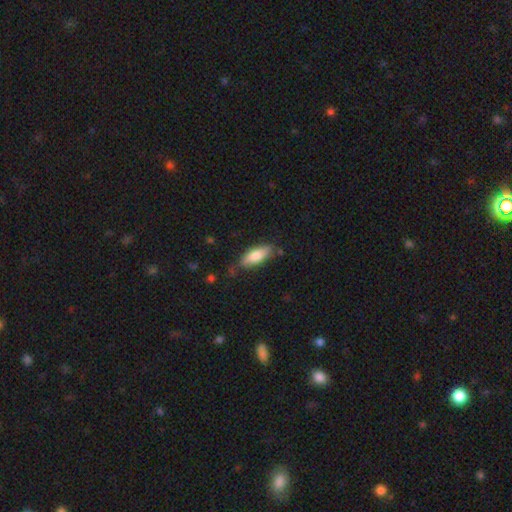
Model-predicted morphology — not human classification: This appears to be a smooth galaxy with no disk features (76%) that is in between round and cigar-shaped (72%). Merging: none (73%).